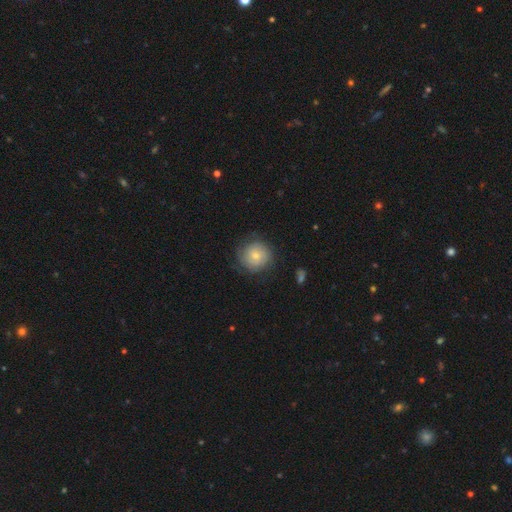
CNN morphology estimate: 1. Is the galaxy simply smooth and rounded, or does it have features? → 59% smooth, 34% featured or disk, 8% star or artifact.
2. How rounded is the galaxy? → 91% round, 8% in between, 1% cigar-shaped.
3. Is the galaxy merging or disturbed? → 76% none, 17% minor disturbance, 7% major disturbance, 1% merger.